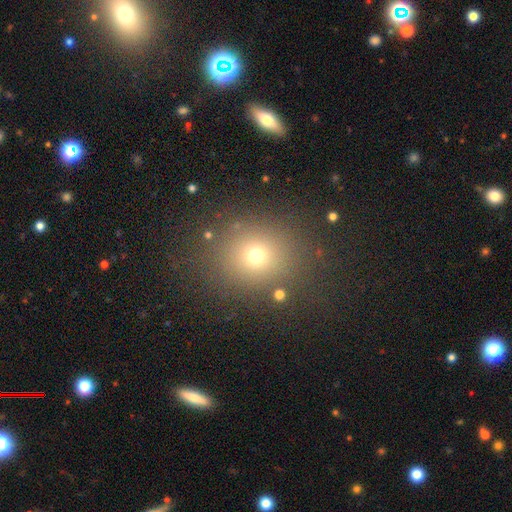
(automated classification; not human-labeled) A smooth galaxy with no disk features (69%) that is round (76%). Merging: none (83%).